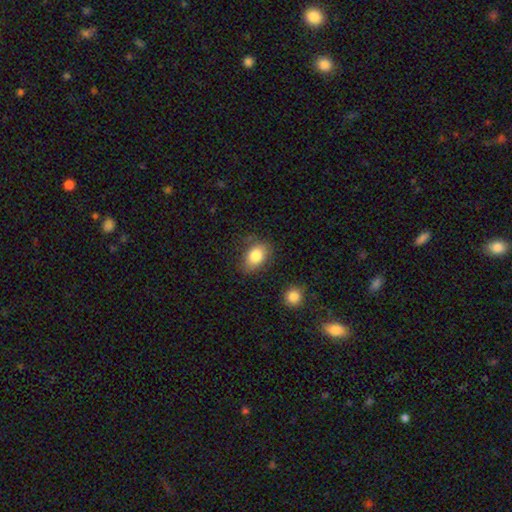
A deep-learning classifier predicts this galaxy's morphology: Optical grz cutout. It shows a smooth galaxy with no disk features (83%) that is in between round and cigar-shaped (80%). Merging: none (74%).